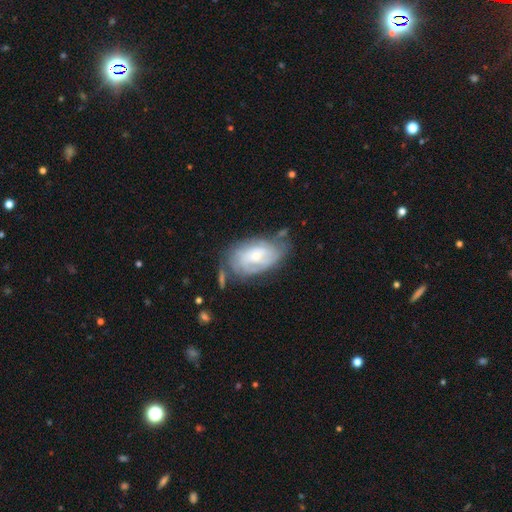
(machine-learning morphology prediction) Smooth or featured: featured or disk — 75% (smooth — 19%)
Edge-on disk: no — 95% (yes — 5%)
Bar: no — 63% (weak — 30%)
Spiral arms: yes — 88% (no — 12%)
Spiral winding: tight — 69% (medium — 24%)
Spiral arm count: can't tell — 49% (2 — 23%)
Bulge size: small — 57% (moderate — 38%)
Merging: none — 58% (minor disturbance — 25%)